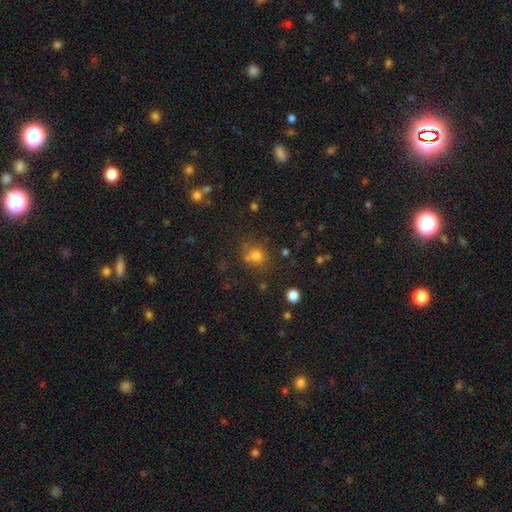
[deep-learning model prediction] A smooth galaxy with no disk features (73%) that is round (72%).

Vote fractions:
- Smooth or featured? smooth: 73% / star or artifact: 18% / featured or disk: 9%
- How rounded? round: 72% / in between: 27% / cigar-shaped: 1%
- Merging? none: 64% / minor disturbance: 17% / merger: 12% / major disturbance: 7%